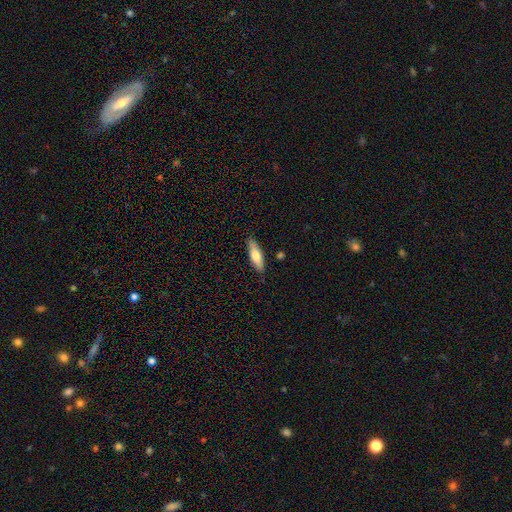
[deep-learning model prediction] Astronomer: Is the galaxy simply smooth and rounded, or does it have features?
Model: smooth — 65%.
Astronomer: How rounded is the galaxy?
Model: cigar-shaped — 55% (runner-up: in between, 42%).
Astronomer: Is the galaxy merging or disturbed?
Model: none — 86%.